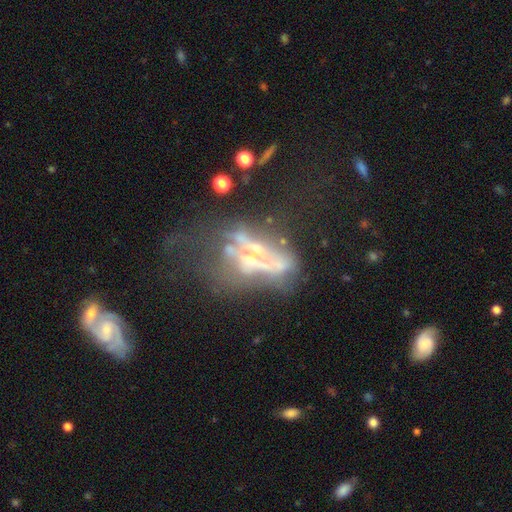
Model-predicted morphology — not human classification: smooth-or-featured: featured or disk: 65% | star or artifact: 19% | smooth: 16%
  disk-edge-on: no: 88% | yes: 12%
    bar: no: 80% | weak: 10% | strong: 9%
    has-spiral-arms: no: 89% | yes: 11%
    bulge-size: none: 55% | moderate: 20% | small: 16% | large: 6% | dominant: 3%
  merging: major disturbance: 37% | merger: 25% | none: 24% | minor disturbance: 13%